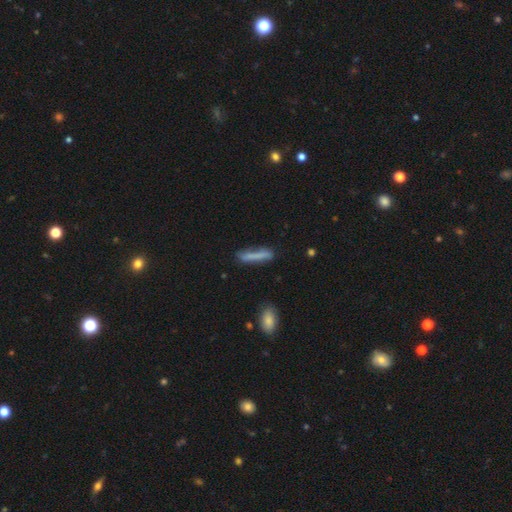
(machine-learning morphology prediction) smooth 69%, featured or disk 23%, star or artifact 8%. Down the decision tree: how rounded — cigar-shaped (88%); merging — none (69%).